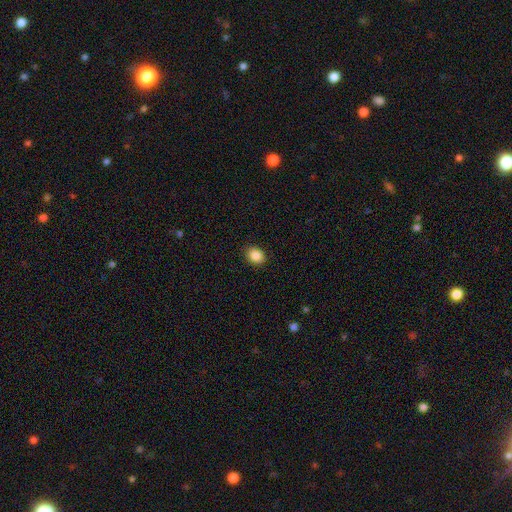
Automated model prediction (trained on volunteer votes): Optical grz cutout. It shows a smooth galaxy with no disk features (87%) that is round (53%). Merging: none (89%).